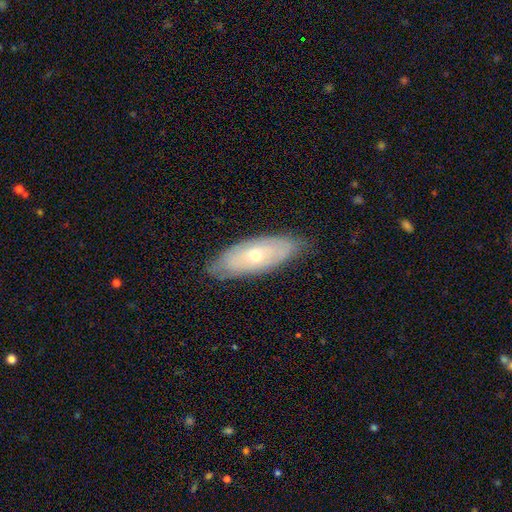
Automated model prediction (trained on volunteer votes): Morphology: type=featured or disk (59%); edge-on=no (77%); merging=none (80%).